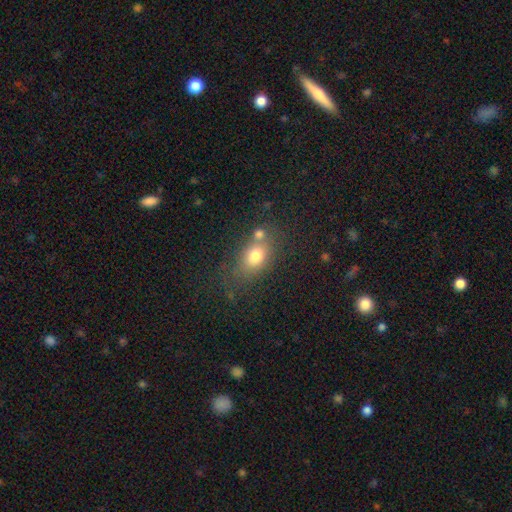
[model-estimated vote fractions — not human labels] This appears to be a smooth galaxy with no disk features (74%) that is in between round and cigar-shaped (70%). Merging: none (53%).